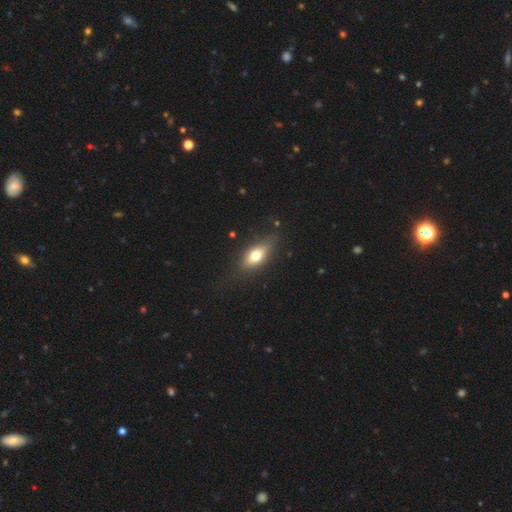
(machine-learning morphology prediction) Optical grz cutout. It shows a smooth galaxy with no disk features (64%) that is in between round and cigar-shaped (73%). Merging: none (79%).